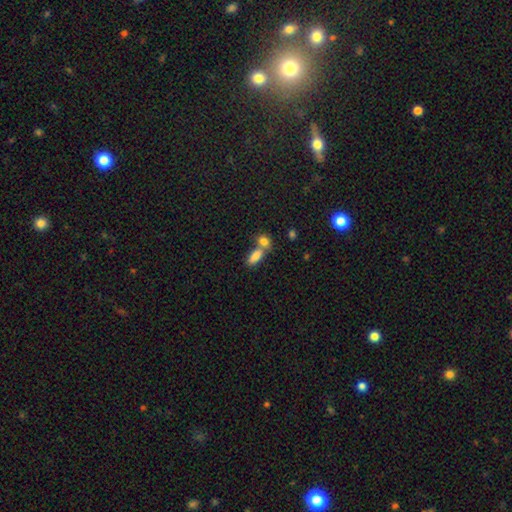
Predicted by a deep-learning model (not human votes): smooth-or-featured: smooth: 83% | star or artifact: 9% | featured or disk: 8%
  how-rounded: in between: 84% | cigar-shaped: 11% | round: 5%
  merging: merger: 52% | none: 36% | minor disturbance: 9% | major disturbance: 4%